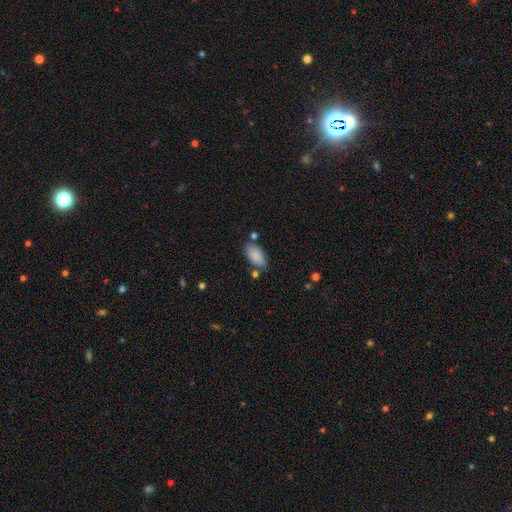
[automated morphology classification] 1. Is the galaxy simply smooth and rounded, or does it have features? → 87% smooth, 7% star or artifact, 6% featured or disk.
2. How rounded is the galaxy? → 93% in between, 5% cigar-shaped, 2% round.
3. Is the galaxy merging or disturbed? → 72% none, 16% minor disturbance, 8% merger, 4% major disturbance.